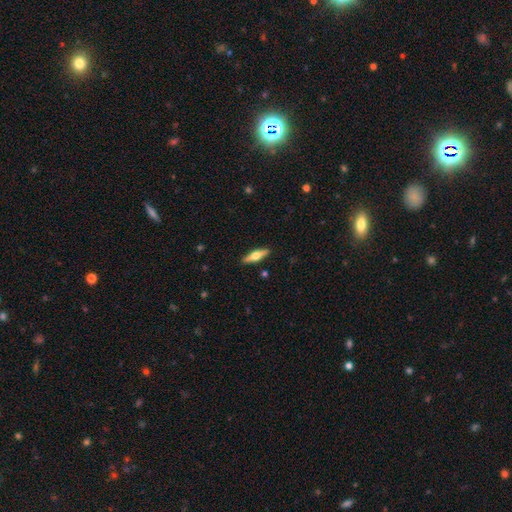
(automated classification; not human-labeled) smooth-or-featured: featured or disk: 54% | smooth: 41% | star or artifact: 6%
  disk-edge-on: yes: 94% | no: 6%
    edge-on-bulge: rounded: 94% | boxy: 3% | none: 2%
  merging: none: 90% | minor disturbance: 7% | major disturbance: 2% | merger: 1%